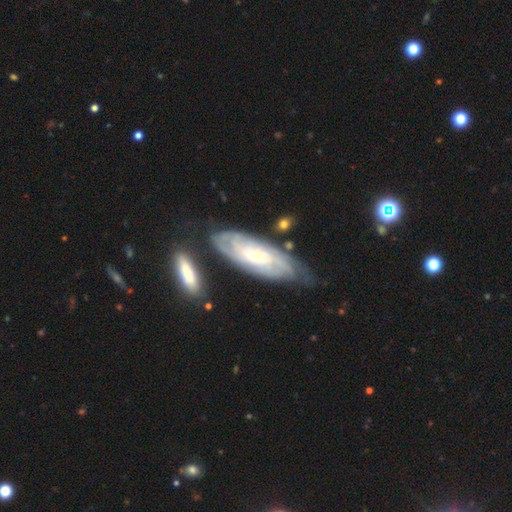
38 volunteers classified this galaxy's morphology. Smooth or featured? 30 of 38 (79%) said featured or disk. Edge-on disk? 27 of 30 (90%) said no. Bar? 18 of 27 (67%) said no. Spiral arms? 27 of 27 (100%) said yes. Spiral winding? 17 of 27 (63%) said tight. Spiral arm count? 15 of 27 (56%) said can't tell. Bulge size? 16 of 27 (59%) said small. Merging? 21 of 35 (60%) said none.